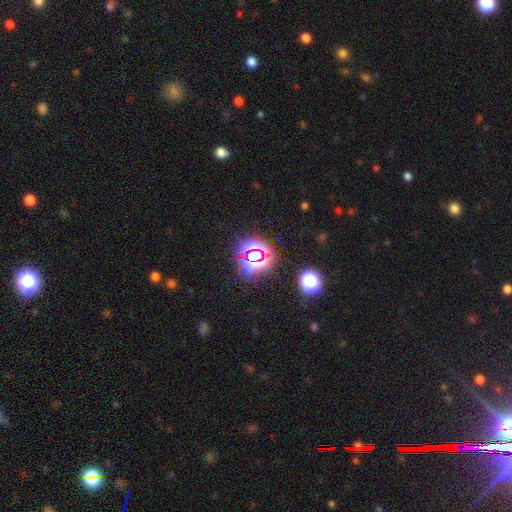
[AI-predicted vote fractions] Overall: star or artifact (76%).